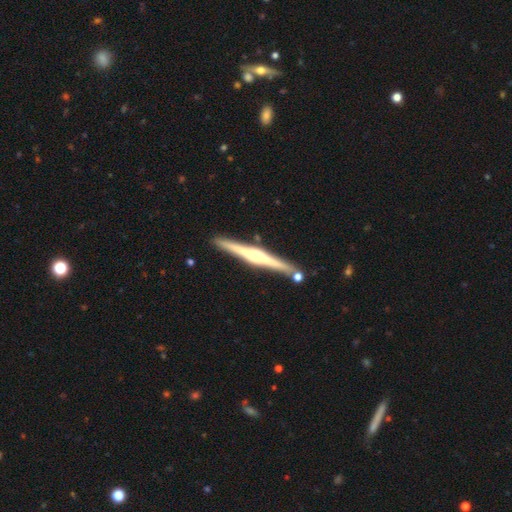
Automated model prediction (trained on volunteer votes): smooth-or-featured: featured or disk: 80% | smooth: 15% | star or artifact: 5%
  disk-edge-on: yes: 98% | no: 2%
    edge-on-bulge: rounded: 88% | boxy: 7% | none: 5%
  merging: none: 85% | minor disturbance: 8% | merger: 5% | major disturbance: 2%